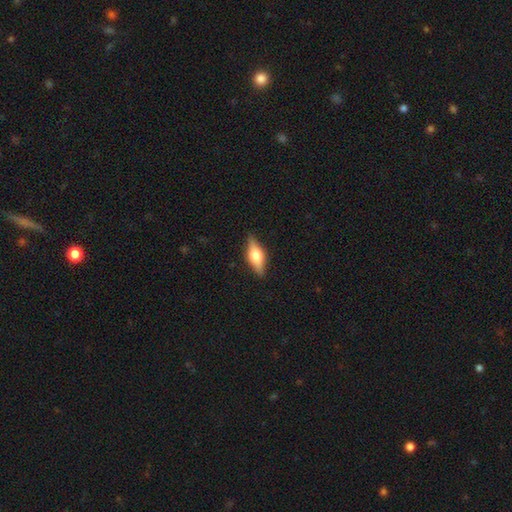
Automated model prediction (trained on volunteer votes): Q: Smooth or featured?
A: featured or disk (50%); runner-up: smooth (43%)
Q: Merging?
A: none (87%); runner-up: minor disturbance (10%)